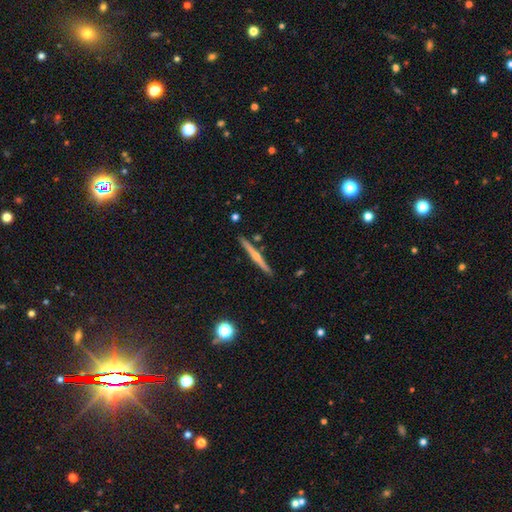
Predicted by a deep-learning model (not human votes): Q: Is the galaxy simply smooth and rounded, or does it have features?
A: featured or disk — 71%.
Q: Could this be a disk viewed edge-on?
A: yes — 98%.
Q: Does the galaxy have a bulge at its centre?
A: rounded — 80%.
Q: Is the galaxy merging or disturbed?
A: none — 90%.